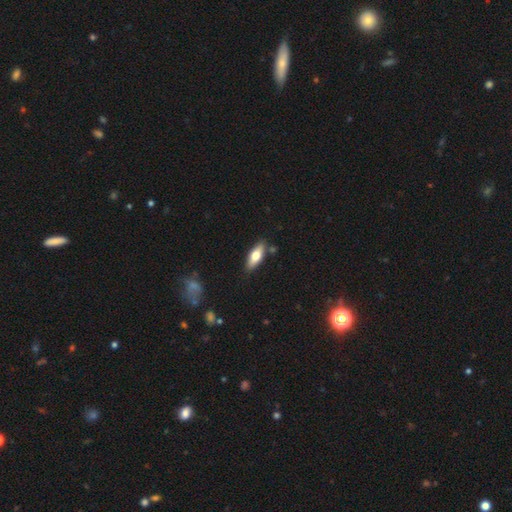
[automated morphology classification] A smooth galaxy with no disk features (67%) that is in between round and cigar-shaped (66%). Merging: none (83%).